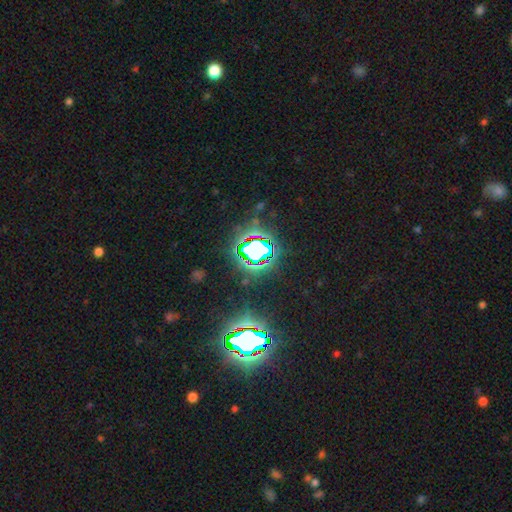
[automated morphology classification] star or artifact 74%, smooth 15%, featured or disk 10%.